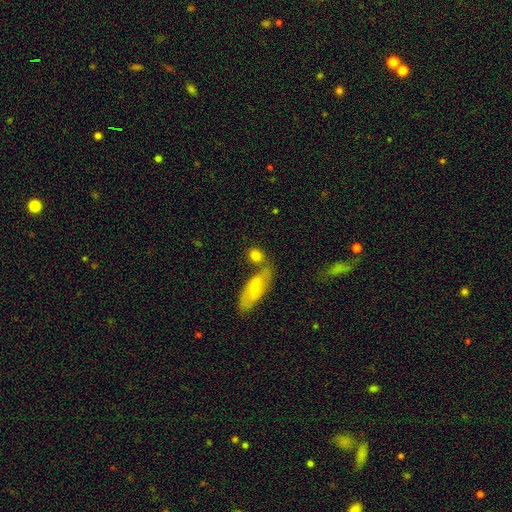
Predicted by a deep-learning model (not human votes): This appears to be a smooth galaxy with no disk features (79%) that is round (52%). Merging: none (56%).